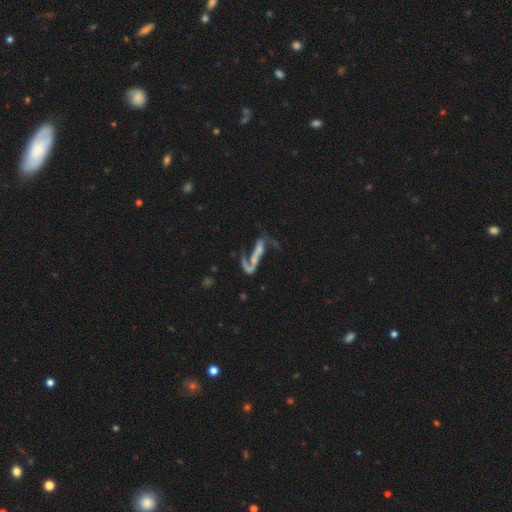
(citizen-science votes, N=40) smooth-or-featured: featured or disk: 72% | smooth: 15% | star or artifact: 12%
  disk-edge-on: no: 79% | yes: 21%
    bar: strong: 48% | no: 30% | weak: 22%
    has-spiral-arms: yes: 91% | no: 9%
      spiral-winding: loose: 86% | medium: 14% | tight: 0%
      spiral-arm-count: 2: 57% | 1: 33% | 4: 5% | can't tell: 5% | 3: 0% | more than 4: 0%
    bulge-size: small: 39% | none: 35% | moderate: 17% | dominant: 9% | large: 0%
  merging: none: 43% | merger: 31% | major disturbance: 14% | minor disturbance: 11%